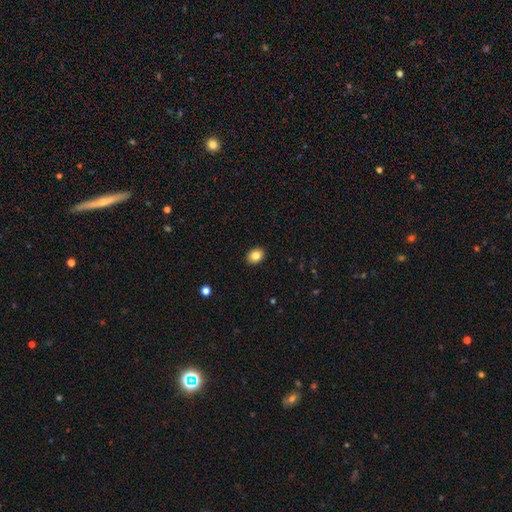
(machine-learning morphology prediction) The model was most divided on "how rounded": in between: 55%, round: 44%, cigar-shaped: 1%. More confident: merging — none (91%); smooth or featured — smooth (84%).